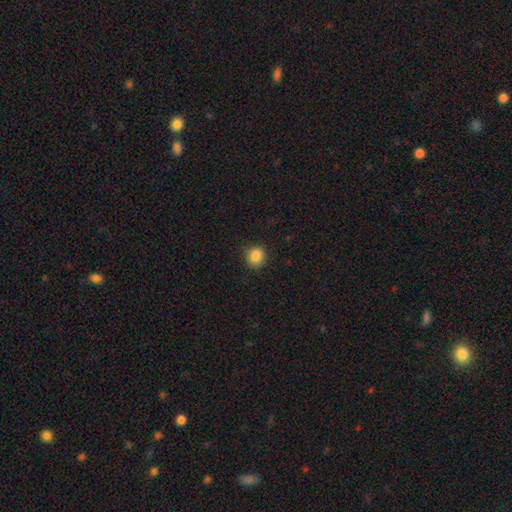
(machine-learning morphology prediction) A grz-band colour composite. It shows a smooth galaxy with no disk features (86%) that is round (80%). Merging: none (84%).